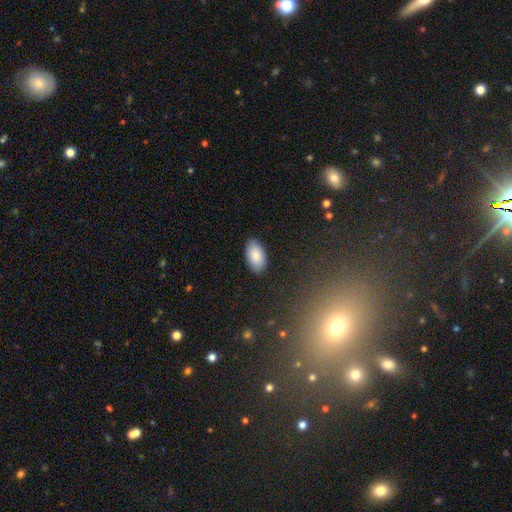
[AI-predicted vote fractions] This appears to be a smooth galaxy with no disk features (87%) that is in between round and cigar-shaped (96%). Merging: none (88%).